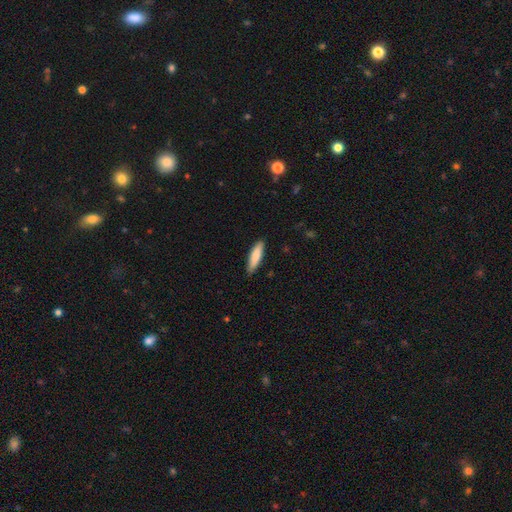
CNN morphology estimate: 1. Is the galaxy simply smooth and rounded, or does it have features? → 82% smooth, 13% featured or disk, 5% star or artifact.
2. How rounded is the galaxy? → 70% cigar-shaped, 29% in between, 1% round.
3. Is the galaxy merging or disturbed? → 87% none, 10% minor disturbance, 2% major disturbance, 1% merger.